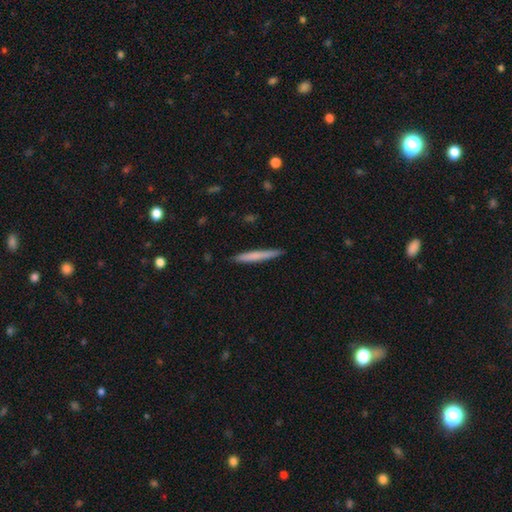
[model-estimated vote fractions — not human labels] Morphology: type=smooth (68%); roundness=cigar-shaped (96%); merging=none (90%).